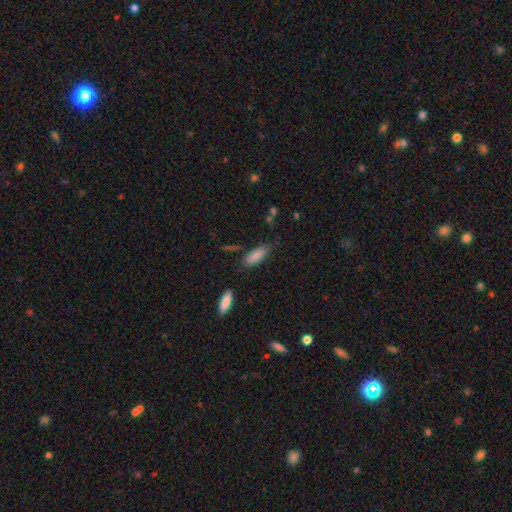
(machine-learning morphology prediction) type=smooth (85%); roundness=in between (72%); merging=none (73%).